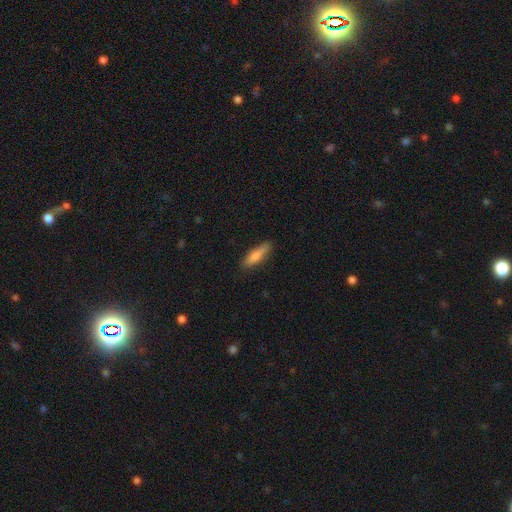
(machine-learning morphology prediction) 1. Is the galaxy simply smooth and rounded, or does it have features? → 74% smooth, 20% featured or disk, 6% star or artifact.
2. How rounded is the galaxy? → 72% cigar-shaped, 26% in between, 2% round.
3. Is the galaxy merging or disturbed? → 85% none, 11% minor disturbance, 2% major disturbance, 1% merger.